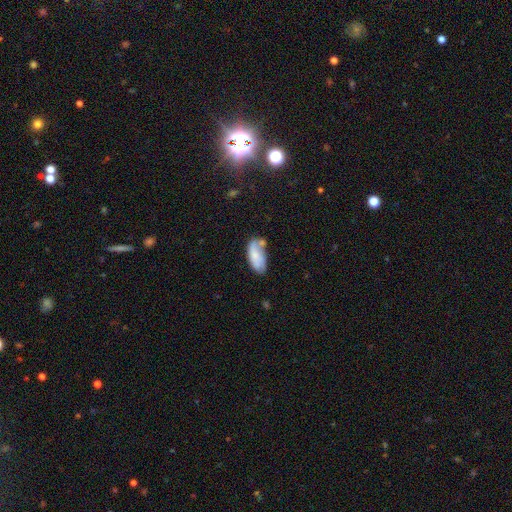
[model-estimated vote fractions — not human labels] smooth 67%, featured or disk 26%, star or artifact 7%. Down the decision tree: how rounded — in between (87%); merging — none (42%).